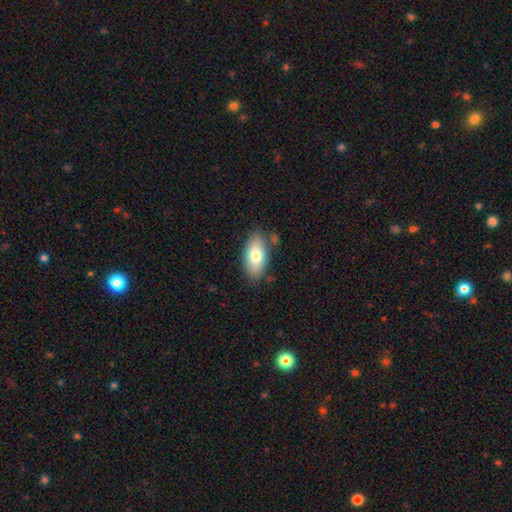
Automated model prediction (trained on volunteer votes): smooth-or-featured: smooth: 76% | featured or disk: 17% | star or artifact: 7%
  how-rounded: in between: 90% | cigar-shaped: 6% | round: 4%
  merging: none: 81% | minor disturbance: 13% | merger: 3% | major disturbance: 3%